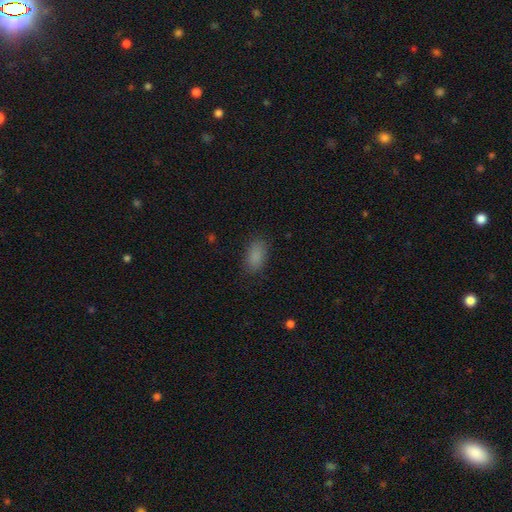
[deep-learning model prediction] Morphology: type=smooth (86%); roundness=in between (92%); merging=none (84%).